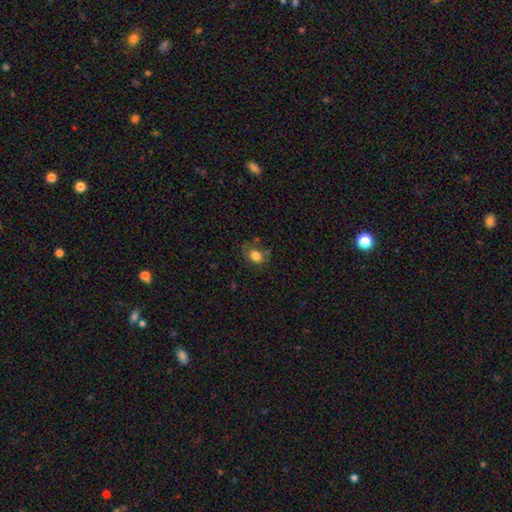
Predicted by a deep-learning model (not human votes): Smooth or featured: smooth — 78% (featured or disk — 12%)
How rounded: in between — 58% (round — 40%)
Merging: none — 61% (minor disturbance — 24%)